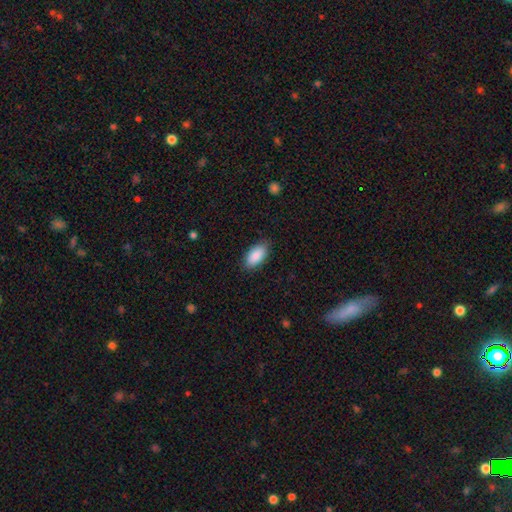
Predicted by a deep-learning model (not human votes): Morphology: type=smooth (89%); roundness=in between (93%); merging=none (85%).